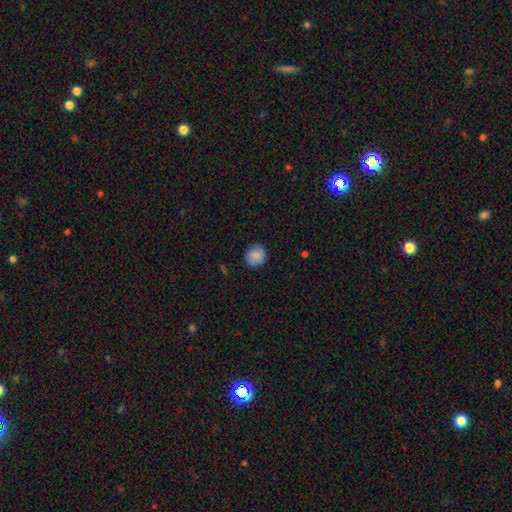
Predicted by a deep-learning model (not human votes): Smooth or featured: smooth — 84% (featured or disk — 8%)
How rounded: round — 86% (in between — 13%)
Merging: none — 86% (minor disturbance — 11%)